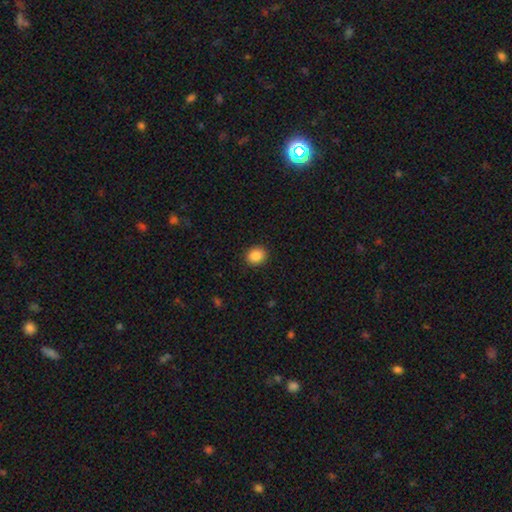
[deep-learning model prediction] Smooth or featured: smooth — 87% (star or artifact — 9%)
How rounded: round — 69% (in between — 30%)
Merging: none — 90% (minor disturbance — 7%)